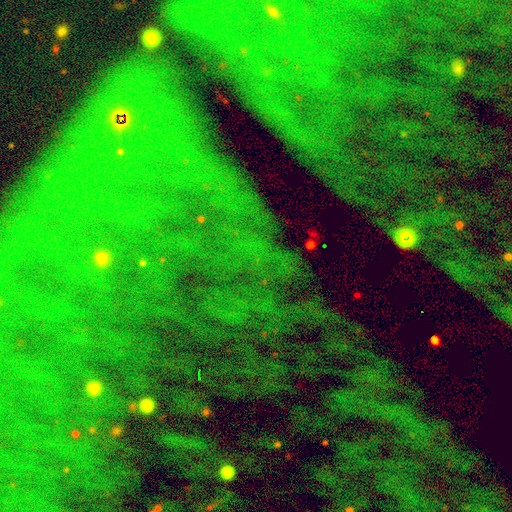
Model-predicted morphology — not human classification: Smooth or featured? Predicted: star or artifact (p=0.83).